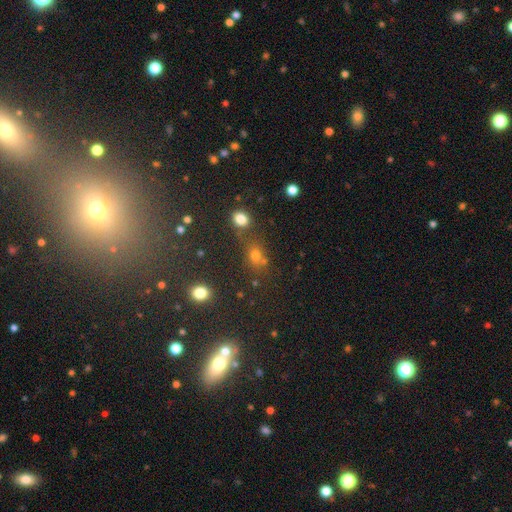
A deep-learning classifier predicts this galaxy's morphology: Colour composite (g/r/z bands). It shows a smooth galaxy with no disk features (63%) that is round (67%). Merging: none (58%).